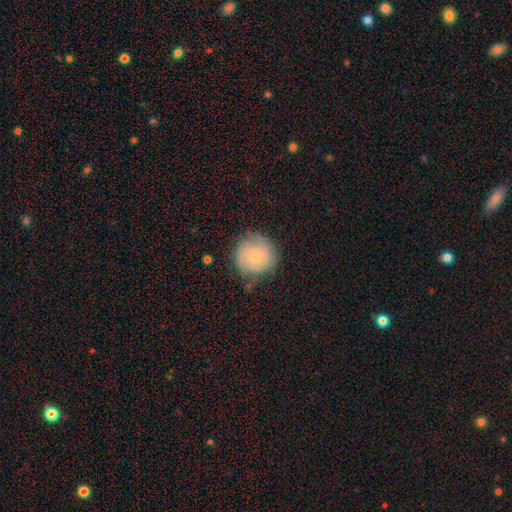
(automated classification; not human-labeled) The model was most divided on "smooth or featured": featured or disk: 51%, smooth: 42%, star or artifact: 7%. More confident: edge-on disk — no (98%); merging — none (74%).